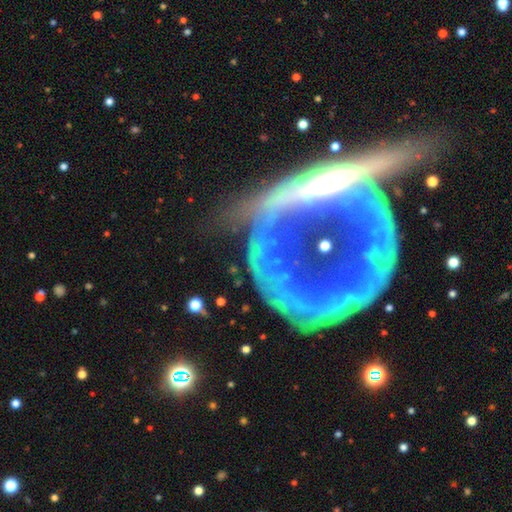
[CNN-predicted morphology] Smooth or featured: featured or disk — 58% (star or artifact — 27%)
Edge-on disk: no — 66% (yes — 34%)
Merging: none — 51% (major disturbance — 21%)